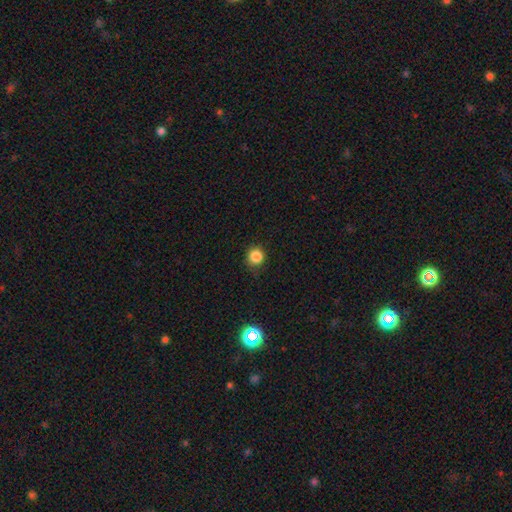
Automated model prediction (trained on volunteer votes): The model was most divided on "merging": none: 81%, minor disturbance: 14%, major disturbance: 3%, merger: 1%. More confident: how rounded — round (90%); smooth or featured — smooth (84%).